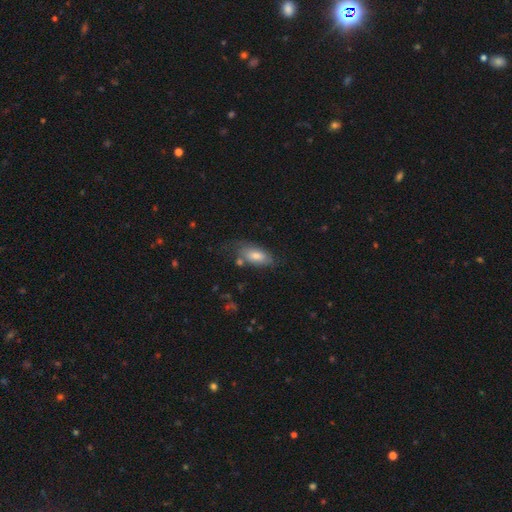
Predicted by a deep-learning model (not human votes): Overall: smooth (65%; featured or disk 26%). How rounded: in between (84%). Merging: none (55%; minor disturbance 26%).